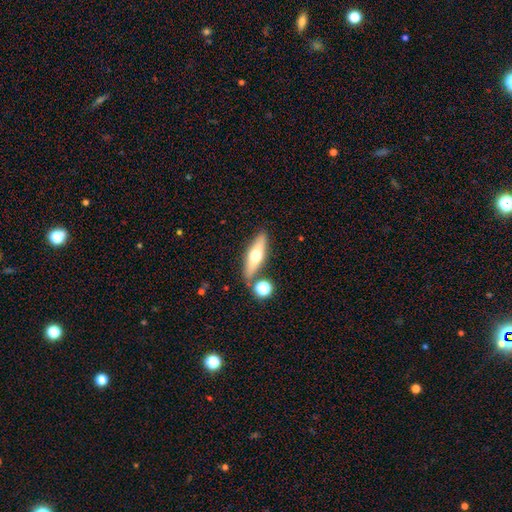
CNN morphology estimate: type=smooth (49%); merging=none (80%).